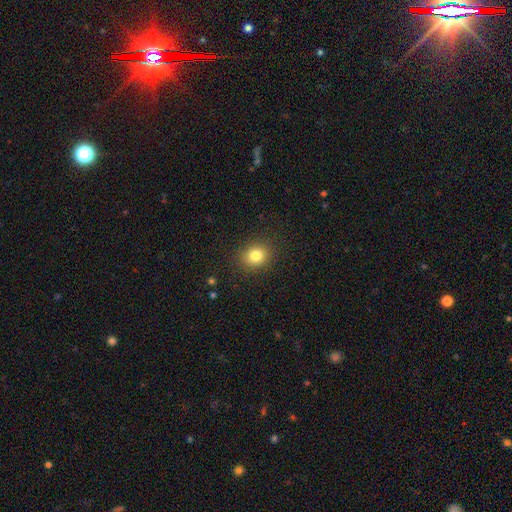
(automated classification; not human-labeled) A smooth galaxy with no disk features (82%) that is round (65%).

Vote fractions:
- Smooth or featured? smooth: 82% / star or artifact: 12% / featured or disk: 7%
- How rounded? round: 65% / in between: 34% / cigar-shaped: 1%
- Merging? none: 88% / minor disturbance: 8% / major disturbance: 3% / merger: 1%